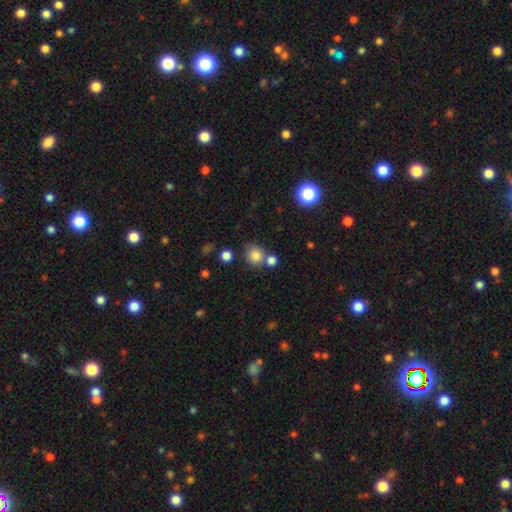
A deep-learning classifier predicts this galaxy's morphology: Smooth or featured?
  - smooth: 82% *
  - star or artifact: 12%
  - featured or disk: 7%
How rounded?
  - round: 79% *
  - in between: 20%
  - cigar-shaped: 1%
Merging?
  - none: 62% *
  - merger: 23%
  - minor disturbance: 11%
  - major disturbance: 4%